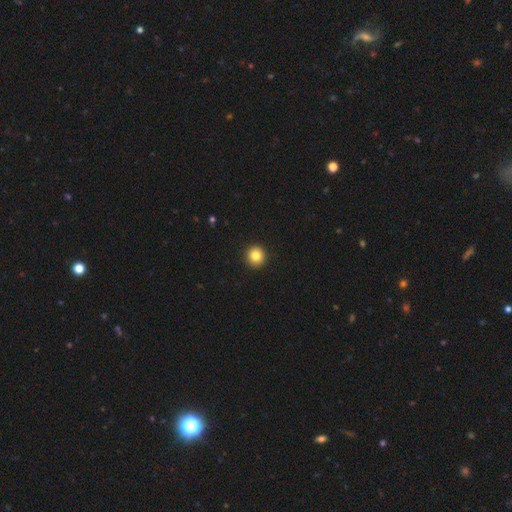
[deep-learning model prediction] Overall: smooth (83%). How rounded: round (94%). Merging: none (94%).